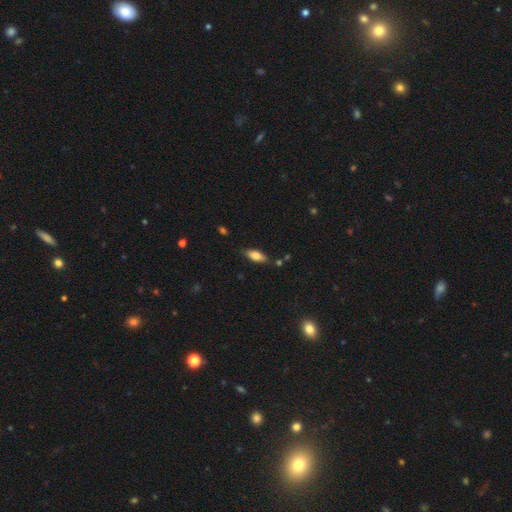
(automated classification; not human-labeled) A smooth galaxy with no disk features (77%) that is in between round and cigar-shaped (79%). Merging: none (79%).